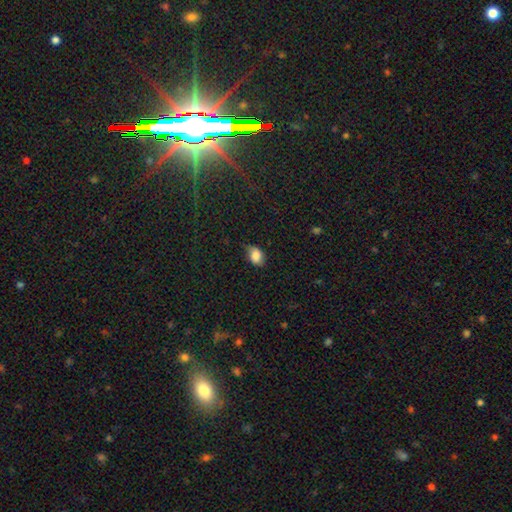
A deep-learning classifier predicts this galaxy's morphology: This is clearly a smooth galaxy (81%). How rounded: likely in between (79%). Merging: possibly none (57%).